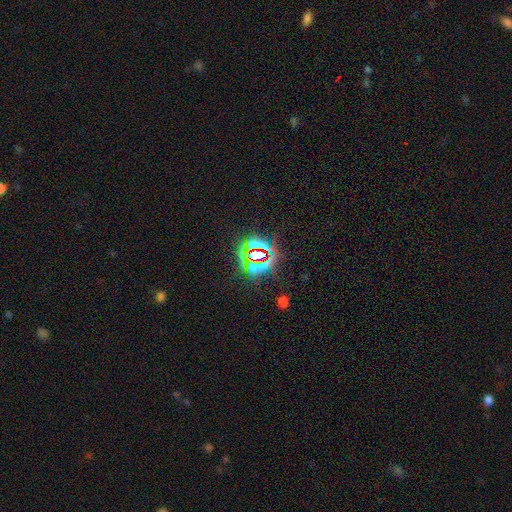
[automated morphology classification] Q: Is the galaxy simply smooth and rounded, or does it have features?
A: star or artifact — 78%.